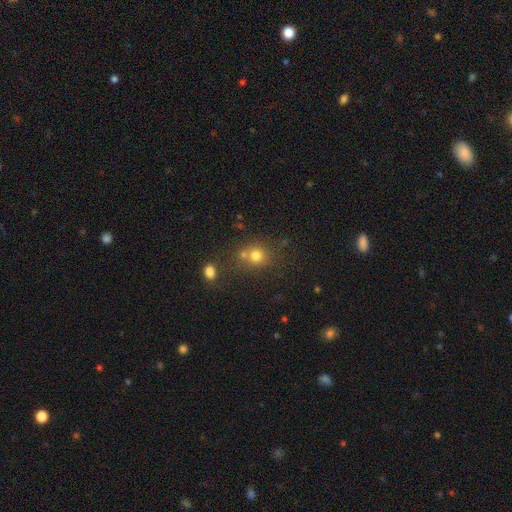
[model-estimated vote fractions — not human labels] smooth 74%, star or artifact 16%, featured or disk 10%. Down the decision tree: how rounded — round (82%); merging — none (56%).